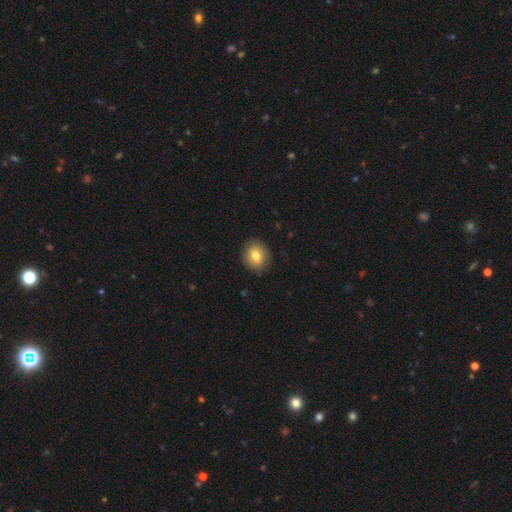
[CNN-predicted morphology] The model was most divided on "how rounded": round: 66%, in between: 33%, cigar-shaped: 1%. More confident: merging — none (87%); smooth or featured — smooth (78%).